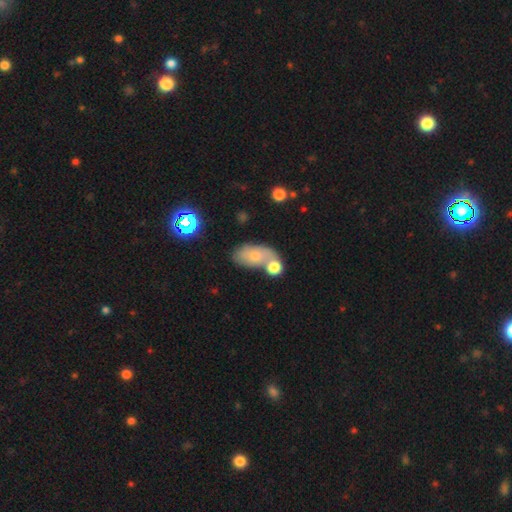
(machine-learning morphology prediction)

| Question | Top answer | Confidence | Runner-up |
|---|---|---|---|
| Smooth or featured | smooth | 65% | featured or disk (24%) |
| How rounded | in between | 88% | round (8%) |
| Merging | none | 41% | merger (34%) |